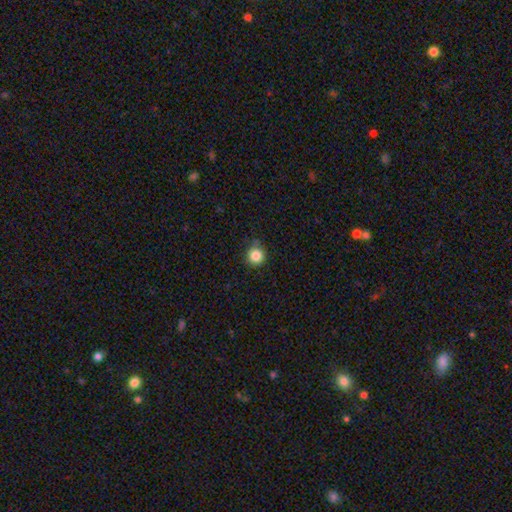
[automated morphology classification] The model was most divided on "merging": none: 82%, minor disturbance: 13%, major disturbance: 3%, merger: 2%. More confident: how rounded — round (95%); smooth or featured — smooth (85%).